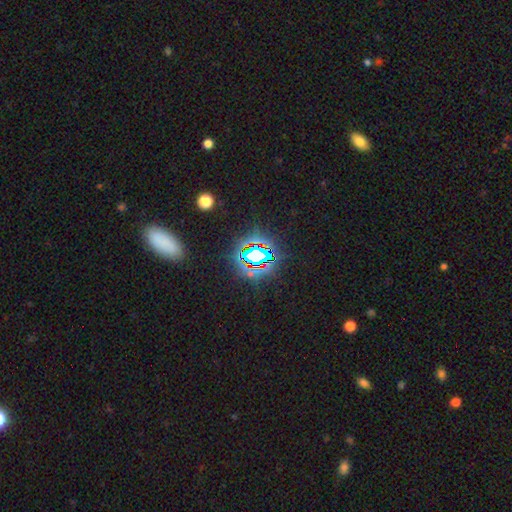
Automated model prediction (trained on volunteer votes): This appears to be a star or artifact, not a galaxy (75%).